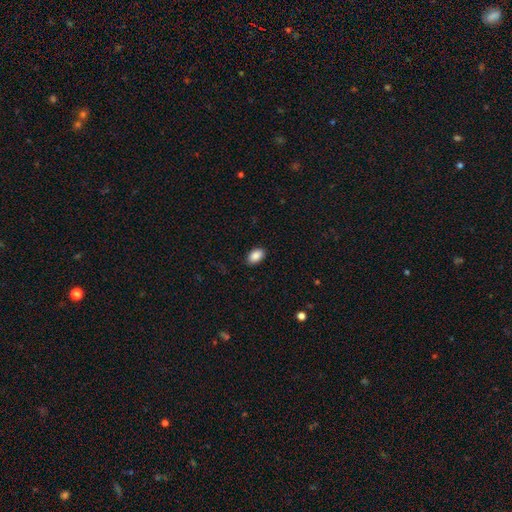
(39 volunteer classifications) A smooth galaxy with no disk features (92%) that is in between round and cigar-shaped (86%).

Vote fractions:
- Smooth or featured? smooth: 92% / star or artifact: 5% / featured or disk: 3%
- How rounded? in between: 86% / round: 14% / cigar-shaped: 0%
- Merging? none: 89% / minor disturbance: 11% / major disturbance: 0% / merger: 0%